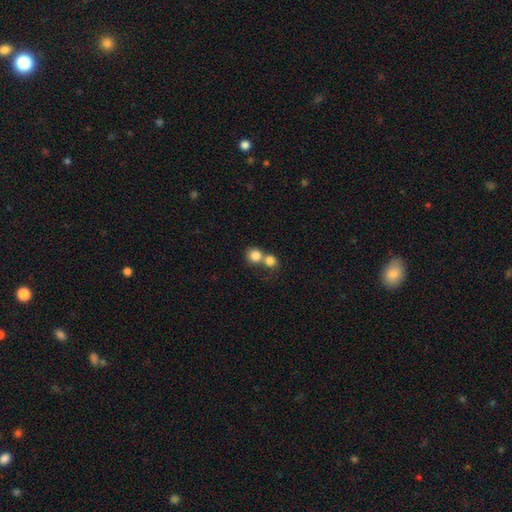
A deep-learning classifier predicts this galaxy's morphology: smooth_or_featured: smooth (p=0.81) [alt: star or artifact p=0.09]
how_rounded: round (p=0.84) [alt: in between p=0.15]
merging: merger (p=0.54) [alt: none p=0.37]